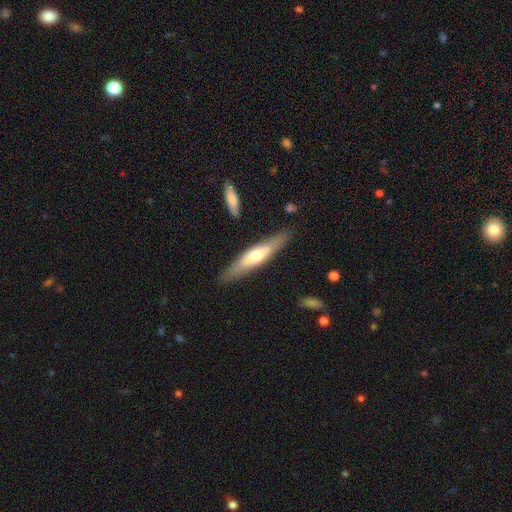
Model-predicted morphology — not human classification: Smooth or featured? featured or disk (48%)
Merging? none (83%)